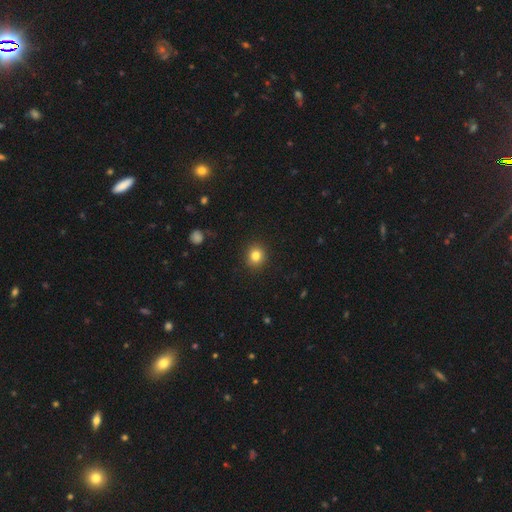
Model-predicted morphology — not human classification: smooth 82%, star or artifact 11%, featured or disk 7%. Down the decision tree: how rounded — round (85%); merging — none (91%).